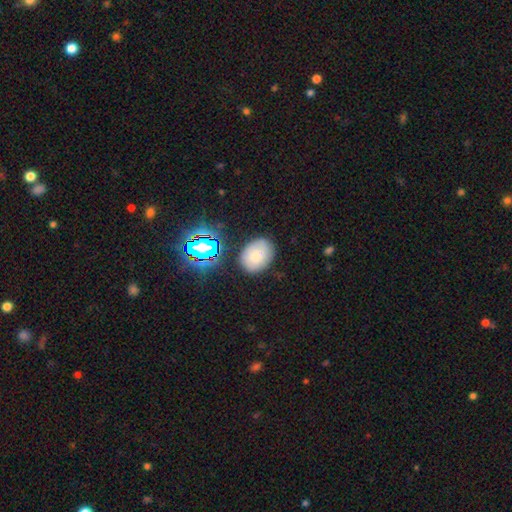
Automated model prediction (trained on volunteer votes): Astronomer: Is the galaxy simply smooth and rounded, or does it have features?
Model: smooth — 74%.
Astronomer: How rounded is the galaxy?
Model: in between — 68%.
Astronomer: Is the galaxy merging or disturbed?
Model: none — 78%.